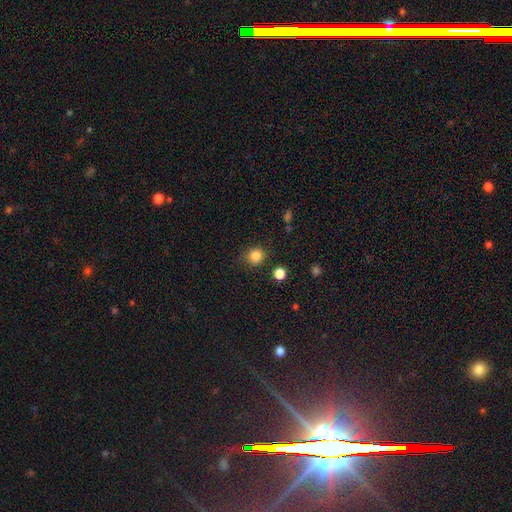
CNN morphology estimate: Smooth or featured?
  - smooth: 83% *
  - star or artifact: 12%
  - featured or disk: 5%
How rounded?
  - round: 90% *
  - in between: 9%
  - cigar-shaped: 1%
Merging?
  - none: 84% *
  - minor disturbance: 11%
  - major disturbance: 3%
  - merger: 3%